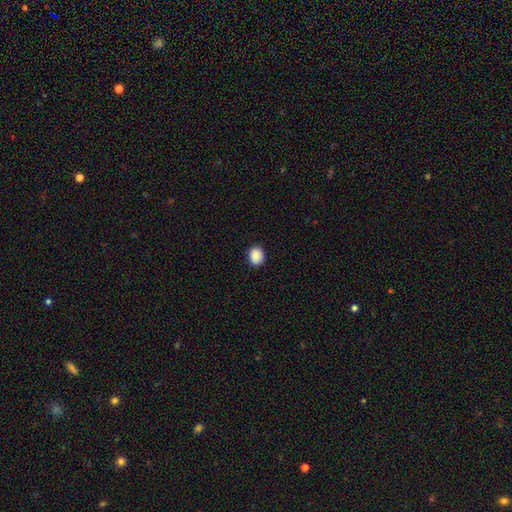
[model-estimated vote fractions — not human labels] Overall: smooth (89%). How rounded: round (55%; in between 44%). Merging: none (90%).